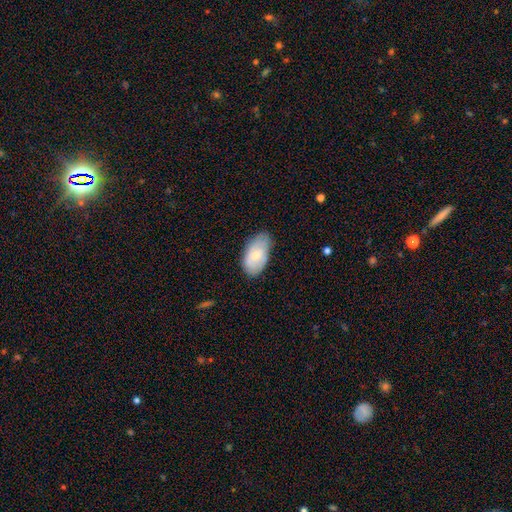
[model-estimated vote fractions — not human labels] The model was most divided on "smooth or featured": smooth: 69%, featured or disk: 25%, star or artifact: 6%. More confident: how rounded — in between (95%); merging — none (71%).